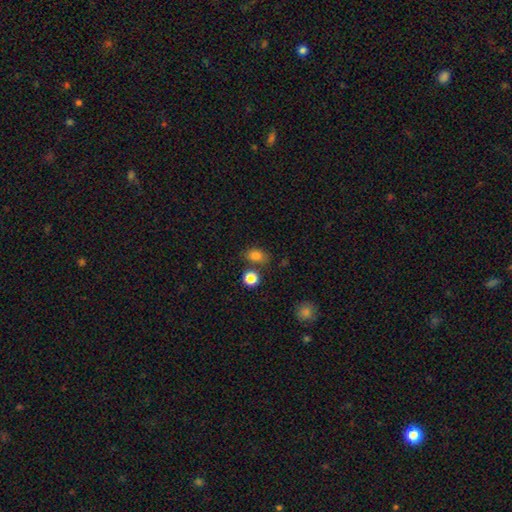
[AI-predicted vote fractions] This is clearly a smooth galaxy (81%). How rounded: likely in between (70%). Merging: likely none (69%).